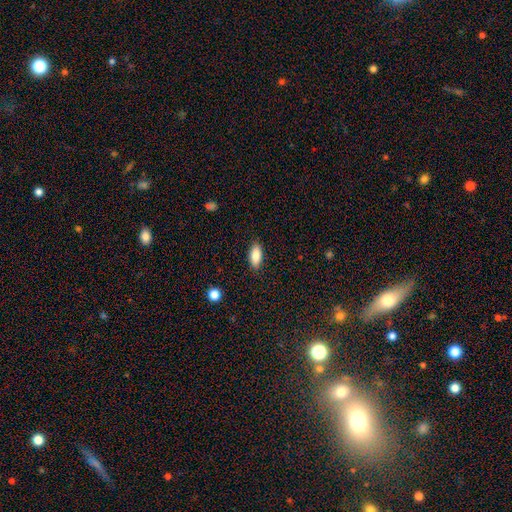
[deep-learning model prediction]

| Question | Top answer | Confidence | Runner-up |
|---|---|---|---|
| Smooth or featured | smooth | 87% | star or artifact (7%) |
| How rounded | in between | 85% | cigar-shaped (13%) |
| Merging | none | 88% | minor disturbance (9%) |